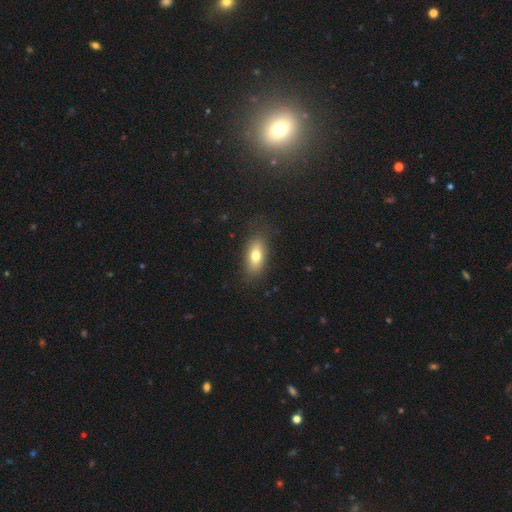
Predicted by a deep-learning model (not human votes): smooth 74%, featured or disk 18%, star or artifact 8%. Down the decision tree: how rounded — in between (84%); merging — none (82%).